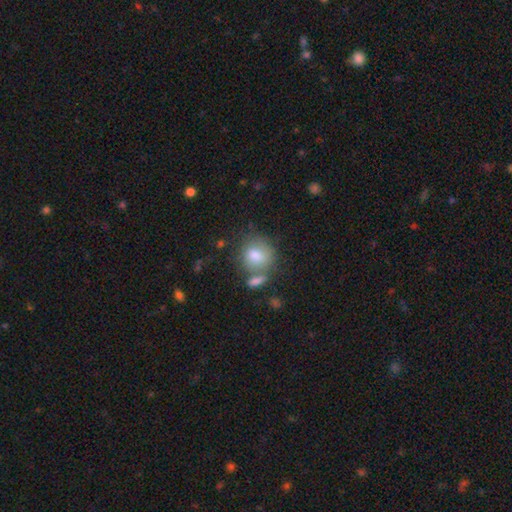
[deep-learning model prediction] The model was most divided on "merging": none: 56%, merger: 20%, minor disturbance: 17%, major disturbance: 7%. More confident: smooth or featured — smooth (79%); how rounded — round (72%).